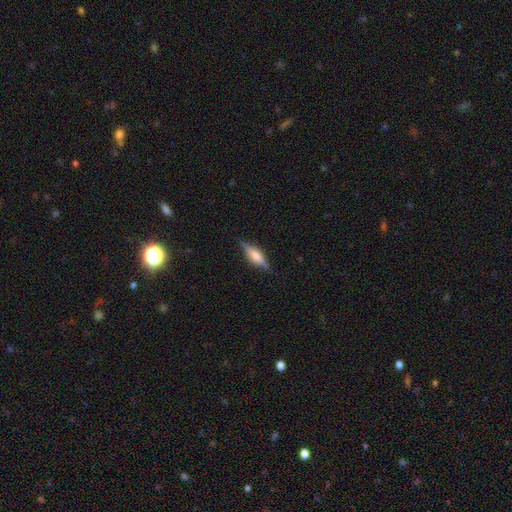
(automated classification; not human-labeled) A featured or disk galaxy (52%) viewed edge-on (94%). Merging: none (84%).